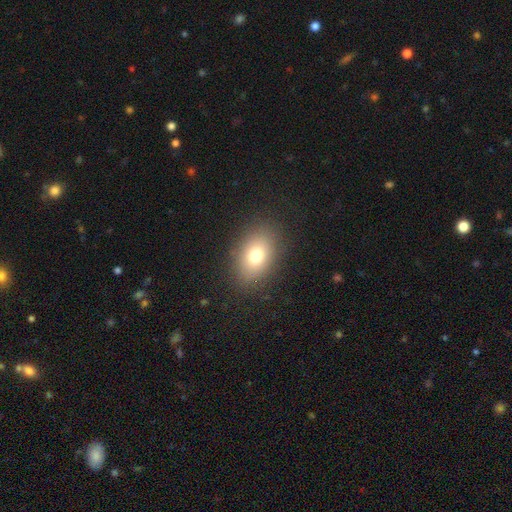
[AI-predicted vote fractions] Smooth or featured: smooth — 75% (featured or disk — 13%)
How rounded: in between — 79% (round — 19%)
Merging: none — 85% (minor disturbance — 10%)